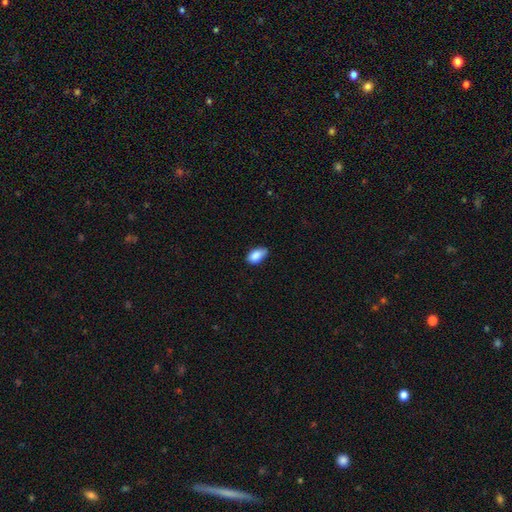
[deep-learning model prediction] smooth_or_featured: smooth (p=0.86) [alt: star or artifact p=0.08]
how_rounded: in between (p=0.91) [alt: round p=0.06]
merging: none (p=0.57) [alt: minor disturbance p=0.35]